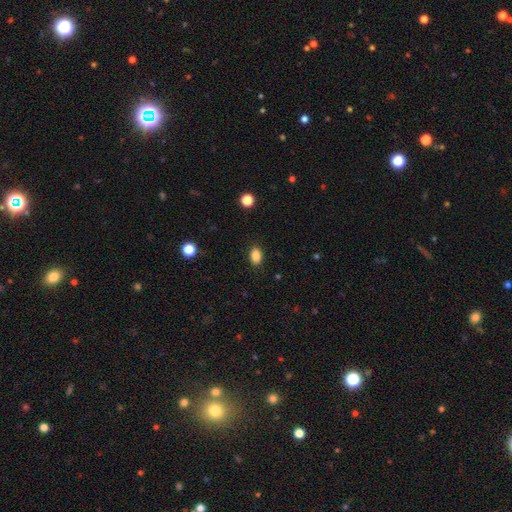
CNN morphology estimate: A smooth galaxy with no disk features (87%) that is in between round and cigar-shaped (85%).

Vote fractions:
- Smooth or featured? smooth: 87% / star or artifact: 10% / featured or disk: 4%
- How rounded? in between: 85% / round: 13% / cigar-shaped: 2%
- Merging? none: 88% / minor disturbance: 8% / major disturbance: 2% / merger: 1%